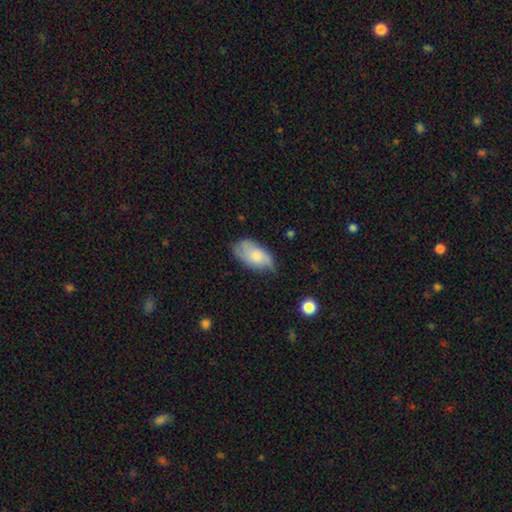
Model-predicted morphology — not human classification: Overall: smooth (65%; featured or disk 28%). How rounded: in between (93%). Merging: none (54%; minor disturbance 36%).